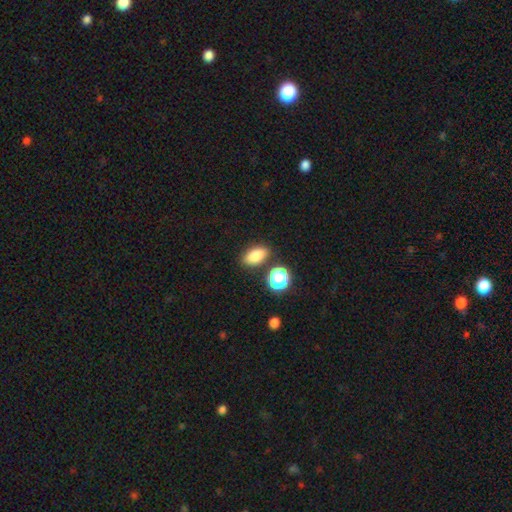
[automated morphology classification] This appears to be a smooth galaxy with no disk features (81%) that is in between round and cigar-shaped (84%). Merging: none (80%).